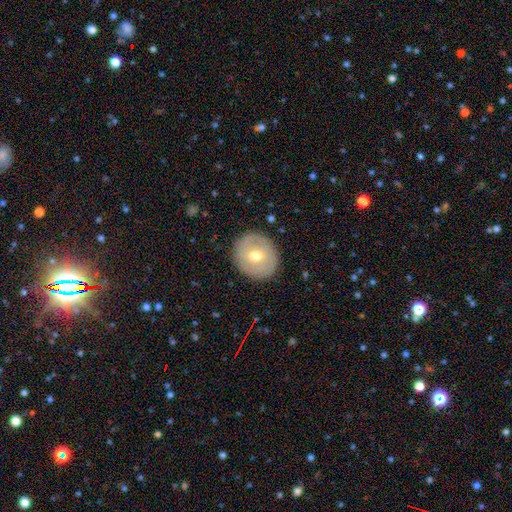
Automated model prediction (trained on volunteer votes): smooth_or_featured: smooth (p=0.51) [alt: featured or disk p=0.41]
how_rounded: round (p=0.79) [alt: in between p=0.20]
merging: none (p=0.87) [alt: minor disturbance p=0.09]